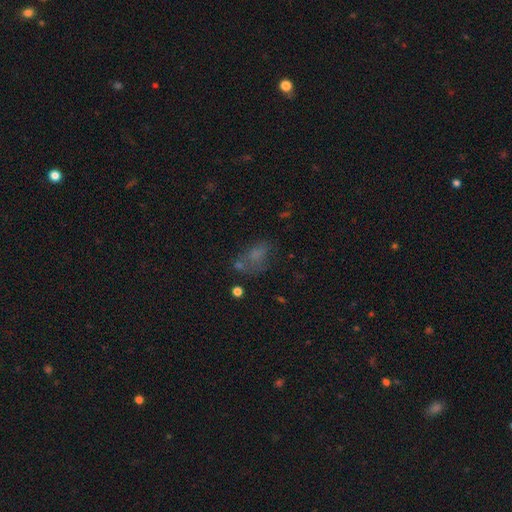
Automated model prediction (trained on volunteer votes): smooth-or-featured: smooth: 58% | star or artifact: 22% | featured or disk: 20%
  how-rounded: in between: 77% | round: 19% | cigar-shaped: 3%
  merging: none: 41% | minor disturbance: 22% | major disturbance: 21% | merger: 16%